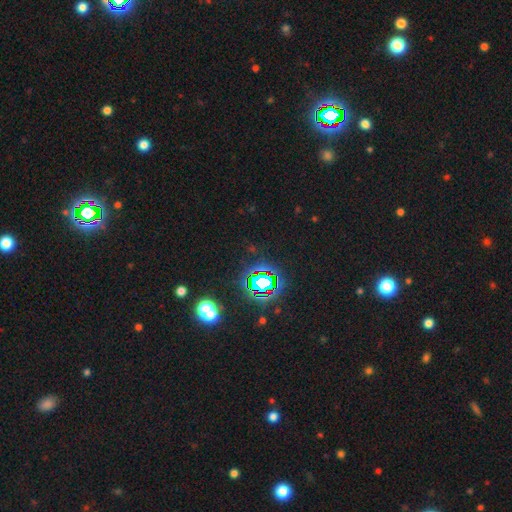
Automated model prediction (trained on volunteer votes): star or artifact 79%, smooth 14%, featured or disk 7%.